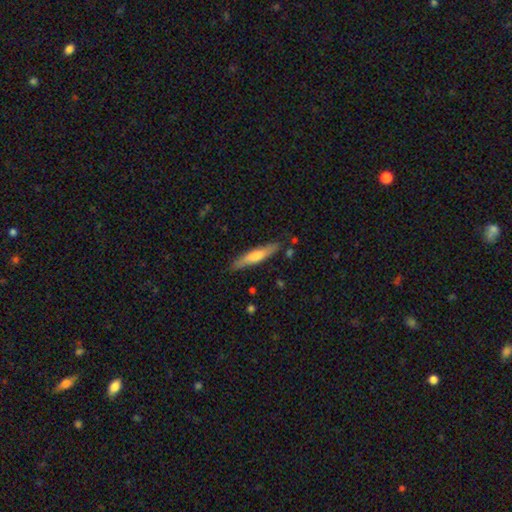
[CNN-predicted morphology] This appears to be a smooth galaxy with no disk features (56%) that is cigar-shaped (87%). Merging: none (84%).